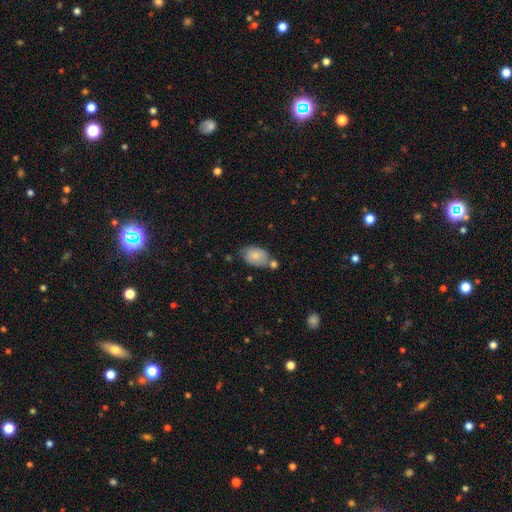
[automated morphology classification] The model was most divided on "merging": none: 52%, minor disturbance: 24%, merger: 17%, major disturbance: 6%. More confident: how rounded — in between (86%); smooth or featured — smooth (79%).